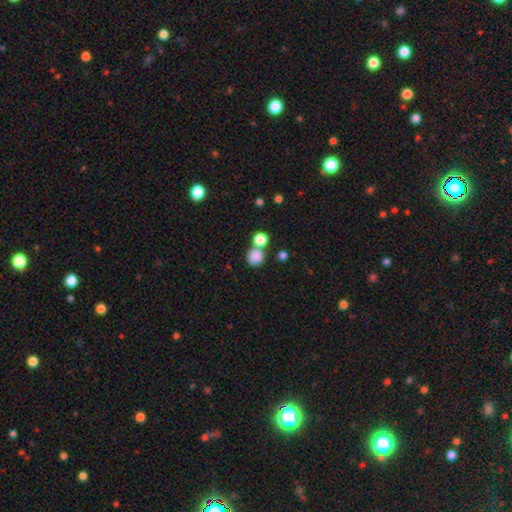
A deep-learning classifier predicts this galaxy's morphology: smooth_or_featured: smooth (p=0.84) [alt: star or artifact p=0.10]
how_rounded: round (p=0.88) [alt: in between p=0.11]
merging: none (p=0.60) [alt: merger p=0.28]